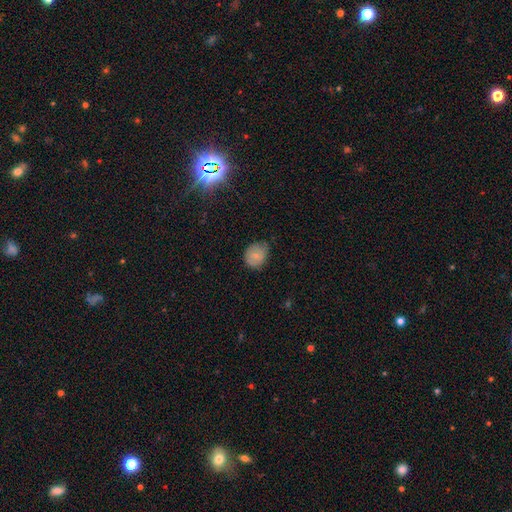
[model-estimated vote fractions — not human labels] smooth-or-featured: smooth: 75% | featured or disk: 16% | star or artifact: 9%
  how-rounded: round: 65% | in between: 34% | cigar-shaped: 1%
  merging: none: 63% | minor disturbance: 31% | major disturbance: 5% | merger: 1%